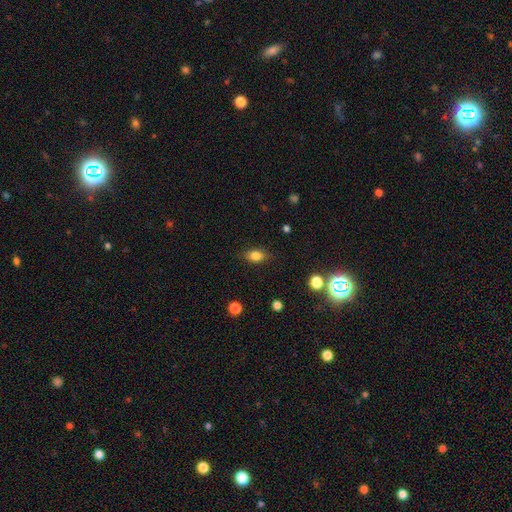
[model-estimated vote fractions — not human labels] Smooth or featured: smooth — 81% (star or artifact — 10%)
How rounded: in between — 80% (round — 16%)
Merging: none — 83% (minor disturbance — 13%)